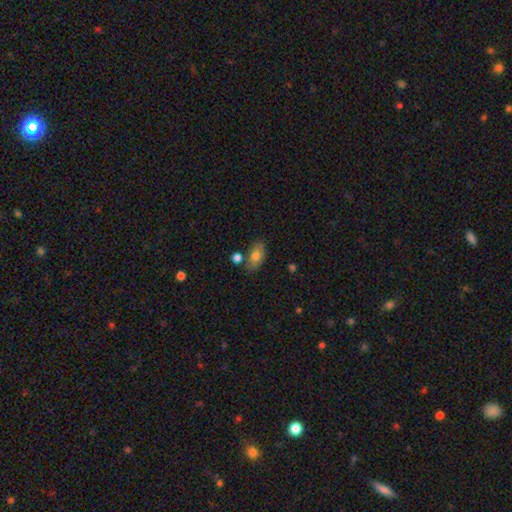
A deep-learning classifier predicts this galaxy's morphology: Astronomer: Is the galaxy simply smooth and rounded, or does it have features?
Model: smooth — 78%.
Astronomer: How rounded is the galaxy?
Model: in between — 89%.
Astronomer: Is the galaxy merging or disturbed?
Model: none — 69%.